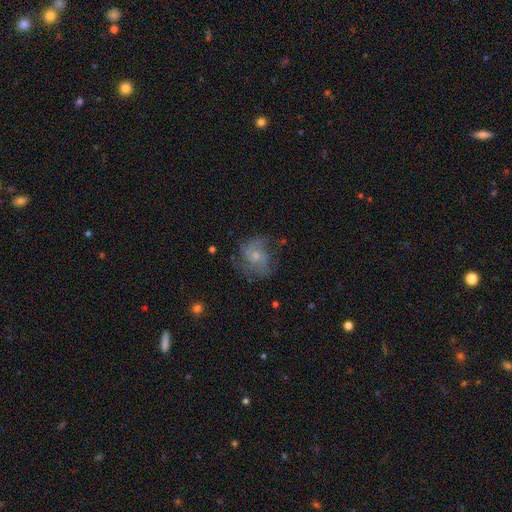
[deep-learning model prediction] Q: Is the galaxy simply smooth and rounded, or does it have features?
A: featured or disk — 60%.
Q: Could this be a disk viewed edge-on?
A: no — 97%.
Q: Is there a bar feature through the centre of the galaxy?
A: no — 77%.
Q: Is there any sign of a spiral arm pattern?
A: yes — 78%.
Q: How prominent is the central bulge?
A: small — 57%.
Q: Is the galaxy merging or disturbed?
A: none — 55%.